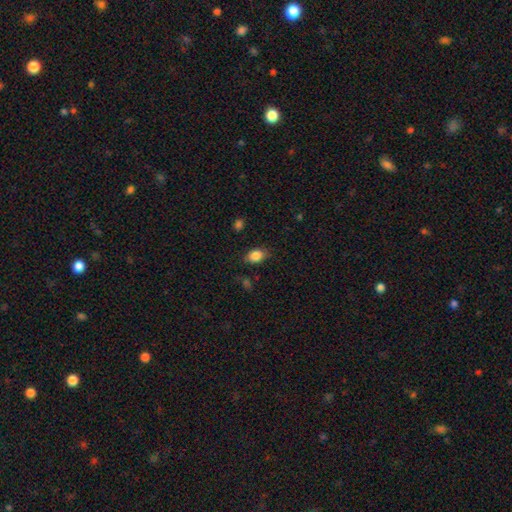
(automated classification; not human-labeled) smooth-or-featured: smooth: 85% | star or artifact: 9% | featured or disk: 6%
  how-rounded: in between: 81% | round: 18% | cigar-shaped: 2%
  merging: none: 80% | minor disturbance: 16% | major disturbance: 4% | merger: 1%